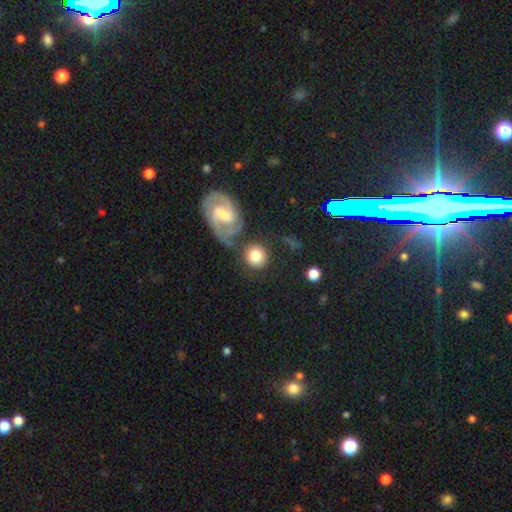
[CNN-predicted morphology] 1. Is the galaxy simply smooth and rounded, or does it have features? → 72% smooth, 20% featured or disk, 8% star or artifact.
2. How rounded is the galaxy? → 90% round, 9% in between, 1% cigar-shaped.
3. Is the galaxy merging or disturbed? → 65% none, 16% merger, 12% minor disturbance, 8% major disturbance.